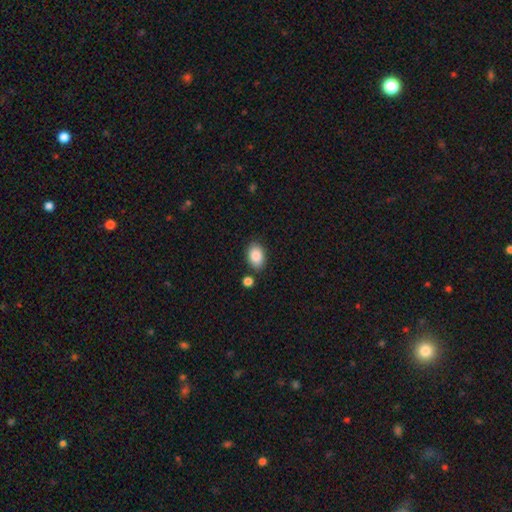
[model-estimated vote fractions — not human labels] This appears to be a smooth galaxy with no disk features (87%) that is in between round and cigar-shaped (87%). Merging: none (81%).